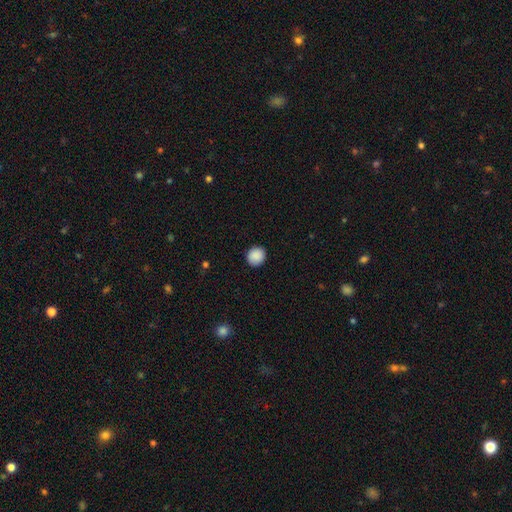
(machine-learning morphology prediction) This is clearly a smooth galaxy (90%). How rounded: clearly round (89%). Merging: clearly none (92%).